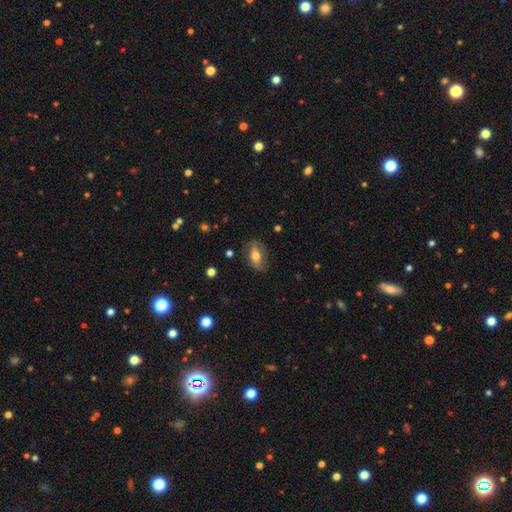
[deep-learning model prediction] A smooth galaxy with no disk features (59%) that is in between round and cigar-shaped (84%).

Vote fractions:
- Smooth or featured? smooth: 59% / featured or disk: 33% / star or artifact: 8%
- How rounded? in between: 84% / round: 9% / cigar-shaped: 7%
- Merging? none: 76% / minor disturbance: 18% / major disturbance: 5% / merger: 2%